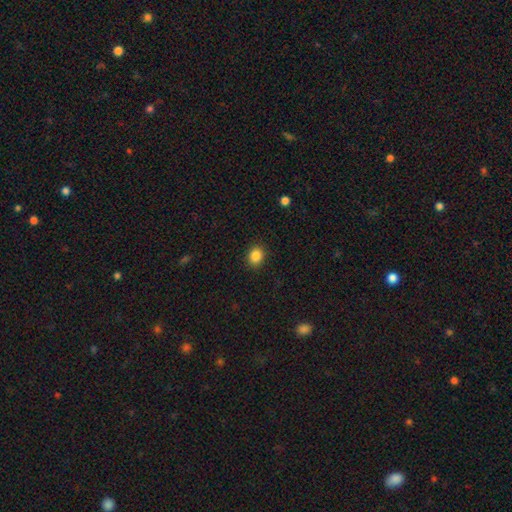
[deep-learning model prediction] Overall: smooth (86%). How rounded: round (64%; in between 35%). Merging: none (90%).